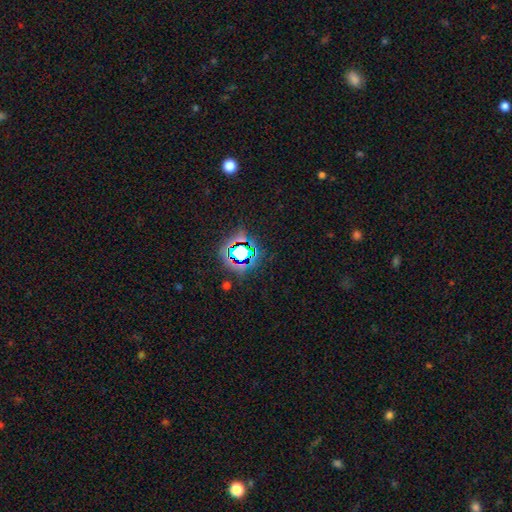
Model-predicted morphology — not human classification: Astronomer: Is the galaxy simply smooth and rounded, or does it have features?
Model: star or artifact — 79%.